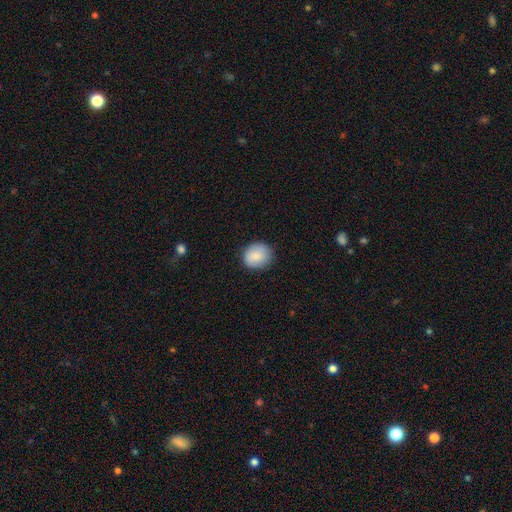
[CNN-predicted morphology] This appears to be a smooth galaxy with no disk features (86%) that is round (78%). Merging: none (84%).